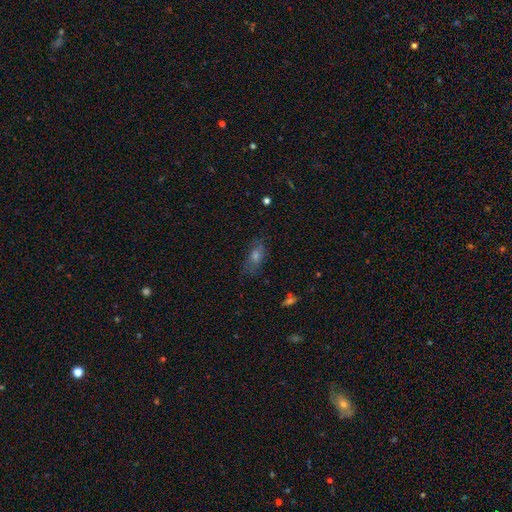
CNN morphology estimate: Overall: smooth (49%; featured or disk 28%). Merging: none (75%).